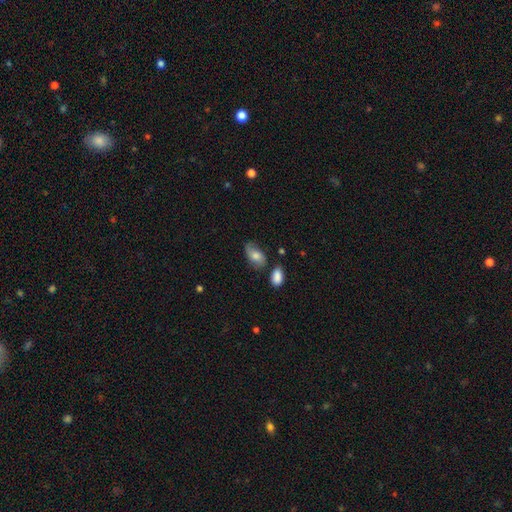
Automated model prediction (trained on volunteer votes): This appears to be a smooth galaxy with no disk features (70%) that is in between round and cigar-shaped (91%). Merging: none (57%).